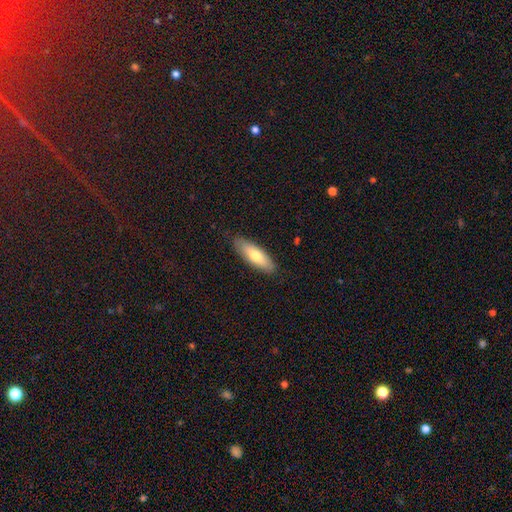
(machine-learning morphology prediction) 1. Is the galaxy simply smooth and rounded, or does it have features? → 71% smooth, 23% featured or disk, 6% star or artifact.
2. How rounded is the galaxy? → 55% in between, 43% cigar-shaped, 2% round.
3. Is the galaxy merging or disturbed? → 86% none, 11% minor disturbance, 2% major disturbance, 1% merger.